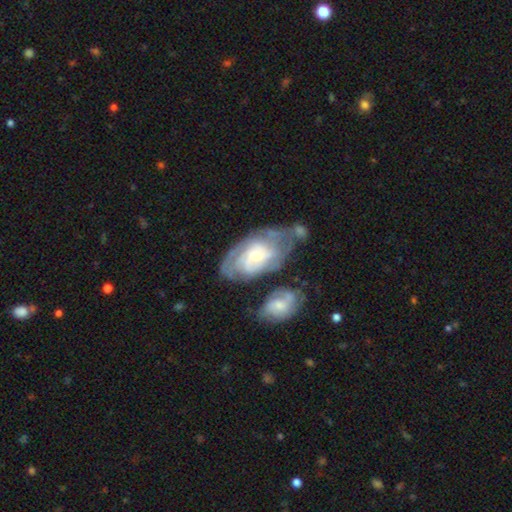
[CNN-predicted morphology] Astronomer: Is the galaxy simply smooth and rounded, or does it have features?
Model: featured or disk — 73%.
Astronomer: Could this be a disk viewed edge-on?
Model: no — 94%.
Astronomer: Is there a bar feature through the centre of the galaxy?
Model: no — 64%.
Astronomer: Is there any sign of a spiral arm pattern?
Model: yes — 84%.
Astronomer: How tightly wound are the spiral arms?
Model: tight — 62%.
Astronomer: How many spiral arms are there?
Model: can't tell — 53%.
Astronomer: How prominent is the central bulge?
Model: small — 47% (runner-up: moderate, 44%).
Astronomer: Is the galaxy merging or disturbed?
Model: none — 45% (runner-up: minor disturbance, 23%).